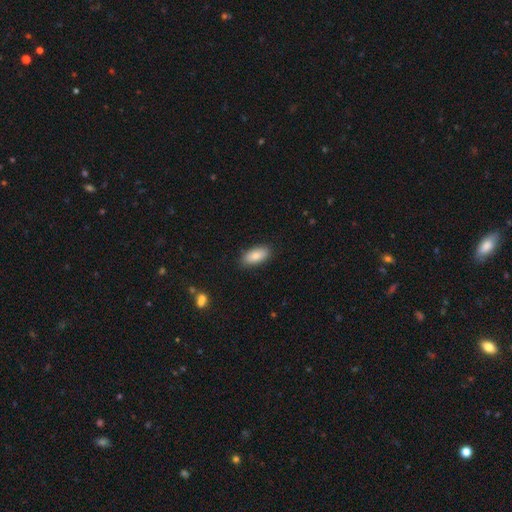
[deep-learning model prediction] Smooth or featured? smooth (84%)
How rounded? in between (89%)
Merging? none (87%)